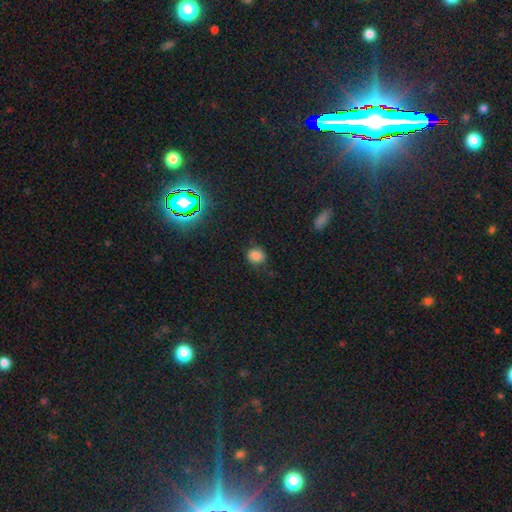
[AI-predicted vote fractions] Smooth or featured: smooth — 78% (star or artifact — 16%)
How rounded: round — 73% (in between — 26%)
Merging: none — 72% (minor disturbance — 20%)